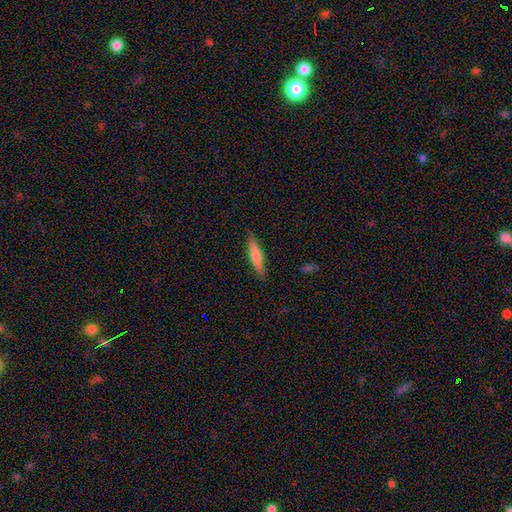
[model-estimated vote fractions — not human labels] A smooth galaxy with no disk features (62%) that is cigar-shaped (84%).

Vote fractions:
- Smooth or featured? smooth: 62% / featured or disk: 32% / star or artifact: 6%
- How rounded? cigar-shaped: 84% / in between: 15% / round: 2%
- Merging? none: 86% / minor disturbance: 10% / major disturbance: 2% / merger: 1%